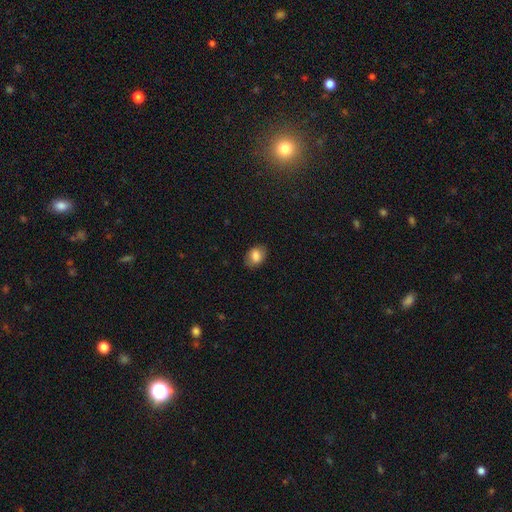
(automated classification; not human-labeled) Smooth or featured: smooth — 82% (featured or disk — 10%)
How rounded: in between — 73% (round — 26%)
Merging: none — 83% (minor disturbance — 13%)